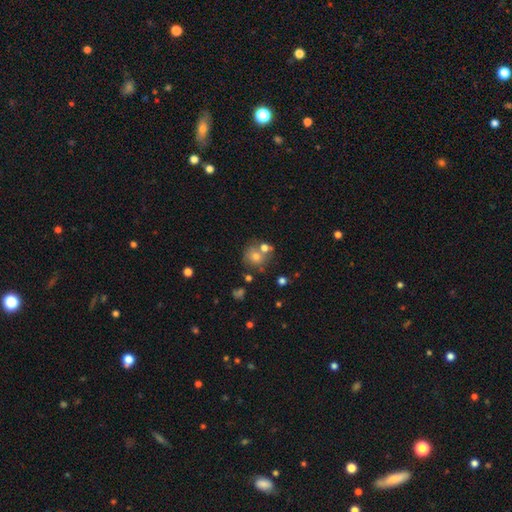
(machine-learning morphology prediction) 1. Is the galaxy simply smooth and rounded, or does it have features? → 67% smooth, 19% featured or disk, 14% star or artifact.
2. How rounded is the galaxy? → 83% round, 16% in between, 1% cigar-shaped.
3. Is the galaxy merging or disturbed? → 54% none, 27% merger, 13% minor disturbance, 6% major disturbance.